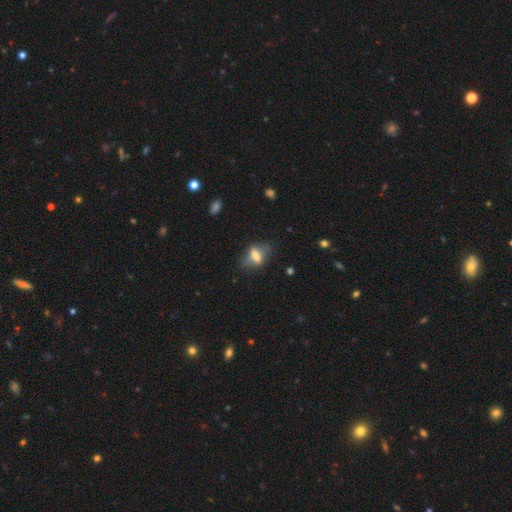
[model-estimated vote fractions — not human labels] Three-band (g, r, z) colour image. It shows a smooth galaxy with no disk features (48%). Merging: none (64%).